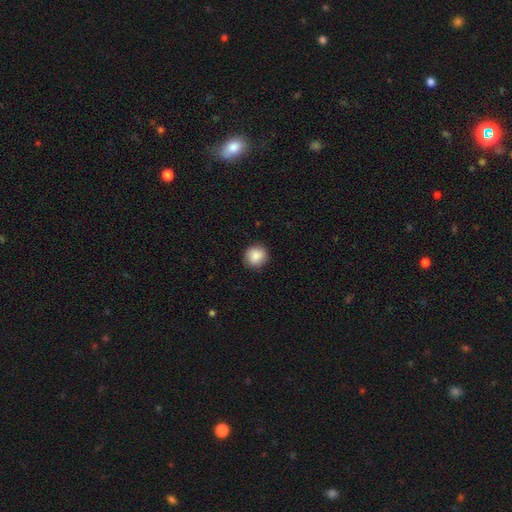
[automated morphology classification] A smooth galaxy with no disk features (88%) that is round (92%).

Vote fractions:
- Smooth or featured? smooth: 88% / star or artifact: 8% / featured or disk: 4%
- How rounded? round: 92% / in between: 7% / cigar-shaped: 1%
- Merging? none: 91% / minor disturbance: 7% / major disturbance: 2% / merger: 1%